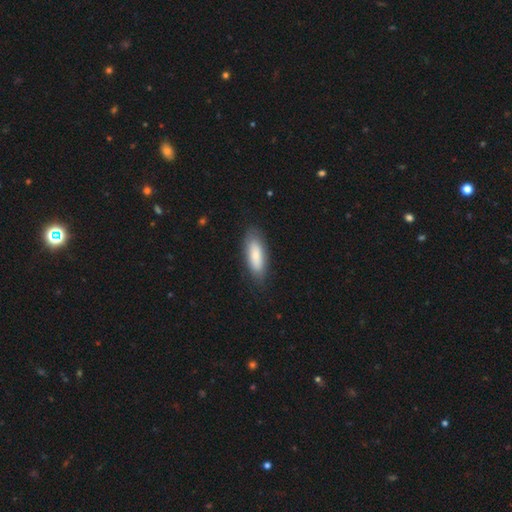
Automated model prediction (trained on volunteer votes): Smooth or featured? Predicted: smooth (p=0.79). How rounded? Predicted: in between (p=0.67). Merging? Predicted: none (p=0.81).